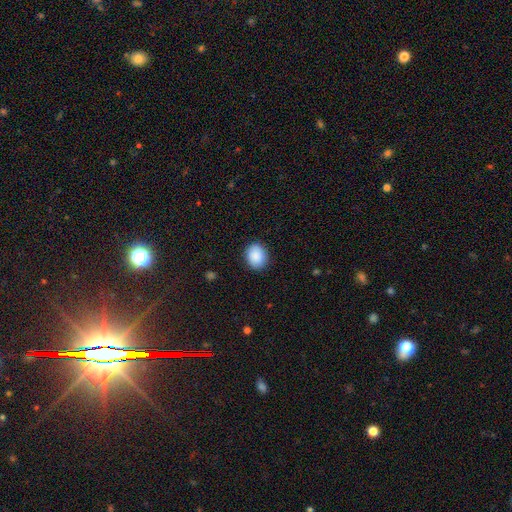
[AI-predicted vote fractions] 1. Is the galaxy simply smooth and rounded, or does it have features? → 90% smooth, 7% star or artifact, 4% featured or disk.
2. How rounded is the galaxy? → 56% round, 43% in between, 1% cigar-shaped.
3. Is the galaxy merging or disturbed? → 88% none, 9% minor disturbance, 2% major disturbance, 1% merger.